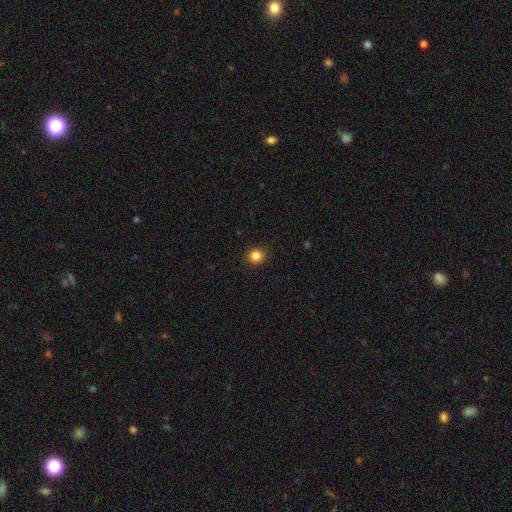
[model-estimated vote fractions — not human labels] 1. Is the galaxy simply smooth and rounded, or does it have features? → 84% smooth, 12% star or artifact, 4% featured or disk.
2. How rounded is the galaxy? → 90% round, 9% in between, 1% cigar-shaped.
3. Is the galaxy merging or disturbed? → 91% none, 6% minor disturbance, 2% major disturbance, 1% merger.